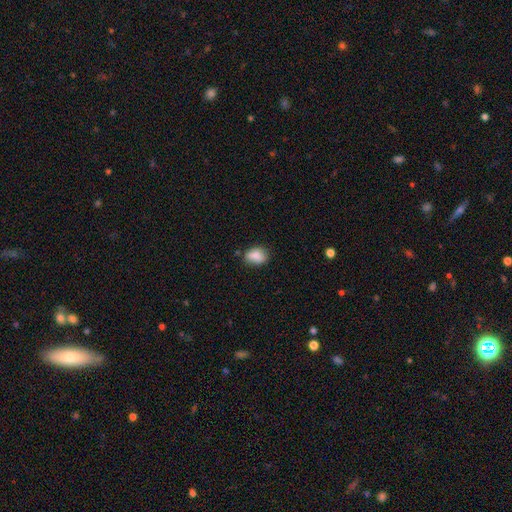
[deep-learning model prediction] A smooth galaxy with no disk features (84%) that is in between round and cigar-shaped (74%). Merging: none (67%).